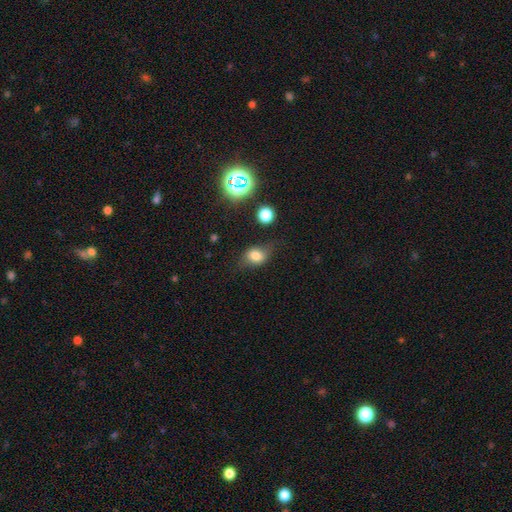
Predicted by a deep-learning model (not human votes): smooth_or_featured: smooth (p=0.71) [alt: featured or disk p=0.16]
how_rounded: in between (p=0.61) [alt: round p=0.37]
merging: none (p=0.64) [alt: minor disturbance p=0.24]